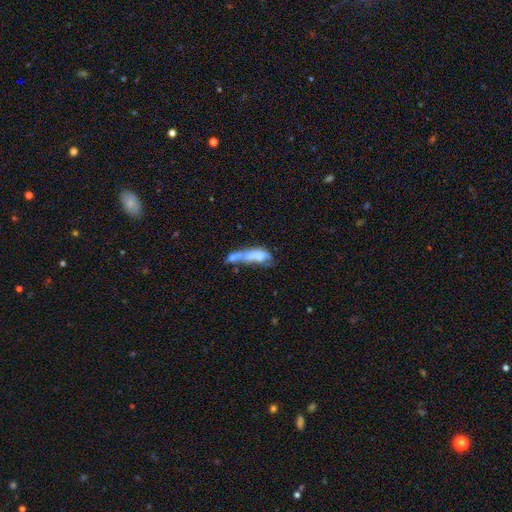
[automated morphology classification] smooth-or-featured: smooth: 50% | featured or disk: 39% | star or artifact: 11%
  how-rounded: in between: 57% | cigar-shaped: 37% | round: 5%
  merging: merger: 47% | major disturbance: 23% | none: 16% | minor disturbance: 14%